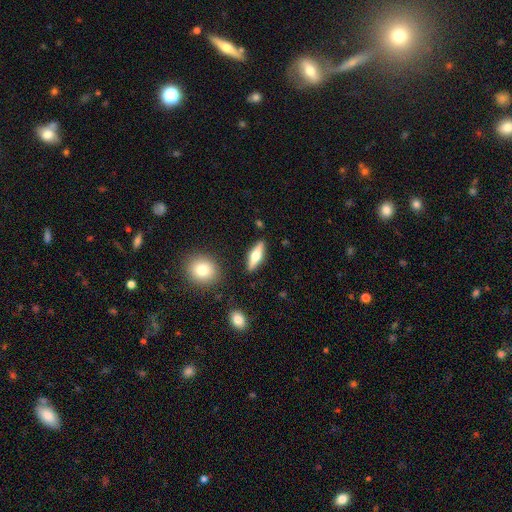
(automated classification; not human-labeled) featured or disk 55%, smooth 38%, star or artifact 6%. Down the decision tree: edge-on disk — yes (94%); edge-on bulge — rounded (94%); merging — none (87%).